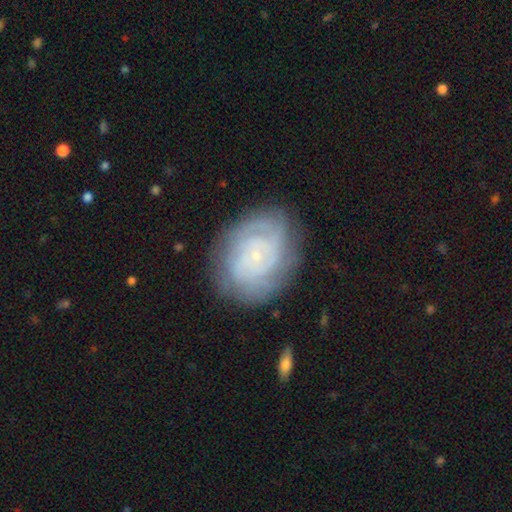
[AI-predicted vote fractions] smooth-or-featured: featured or disk: 78% | smooth: 15% | star or artifact: 7%
  disk-edge-on: no: 97% | yes: 3%
    bar: no: 76% | weak: 20% | strong: 4%
    has-spiral-arms: yes: 93% | no: 7%
      spiral-winding: tight: 75% | medium: 20% | loose: 5%
      spiral-arm-count: can't tell: 38% | 2: 18% | 3: 18% | 4: 13% | more than 4: 7% | 1: 6%
    bulge-size: small: 86% | moderate: 8% | none: 4% | large: 1% | dominant: 1%
  merging: none: 78% | minor disturbance: 15% | major disturbance: 5% | merger: 1%